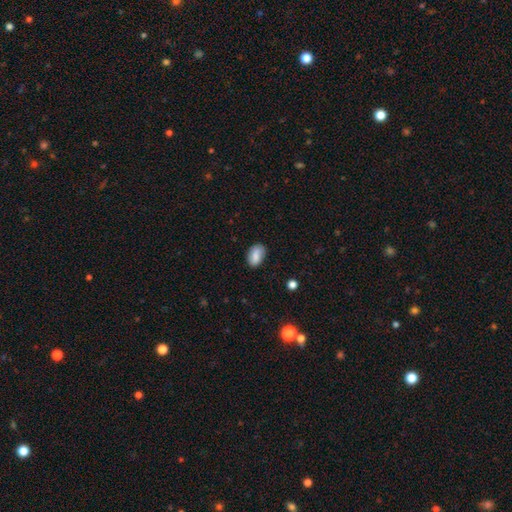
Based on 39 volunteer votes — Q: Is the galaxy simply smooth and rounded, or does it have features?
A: smooth — 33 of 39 (85%).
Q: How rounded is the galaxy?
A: in between — 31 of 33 (94%).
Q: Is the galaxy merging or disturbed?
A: none — 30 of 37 (81%).